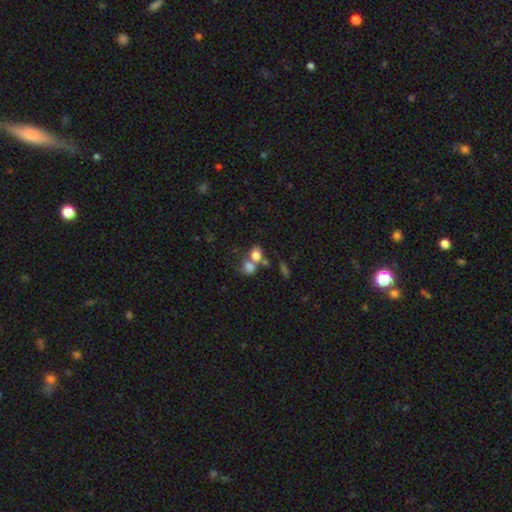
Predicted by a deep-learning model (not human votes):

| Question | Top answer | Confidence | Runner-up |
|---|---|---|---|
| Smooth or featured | smooth | 75% | featured or disk (14%) |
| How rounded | in between | 56% | round (42%) |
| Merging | merger | 55% | none (29%) |